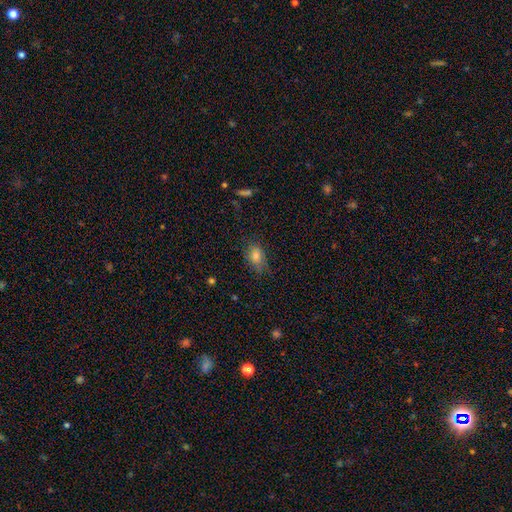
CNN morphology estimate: Smooth or featured? smooth (74%)
How rounded? in between (76%)
Merging? none (71%)